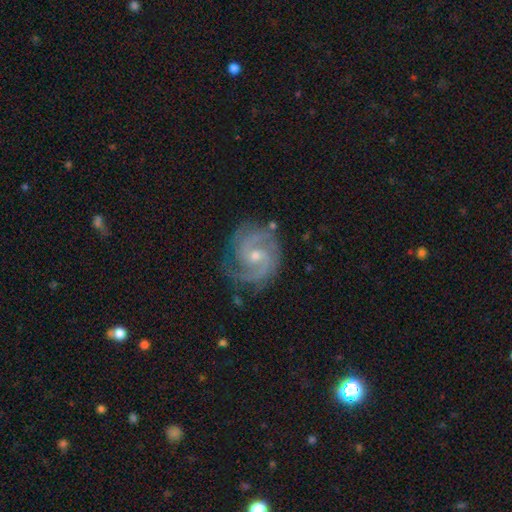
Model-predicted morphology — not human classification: Smooth or featured: featured or disk — 90% (star or artifact — 5%)
Edge-on disk: no — 98% (yes — 2%)
Bar: no — 53% (weak — 39%)
Spiral arms: yes — 98% (no — 2%)
Spiral winding: medium — 47% (tight — 44%)
Spiral arm count: 2 — 61% (3 — 21%)
Bulge size: small — 59% (moderate — 38%)
Merging: none — 76% (minor disturbance — 17%)